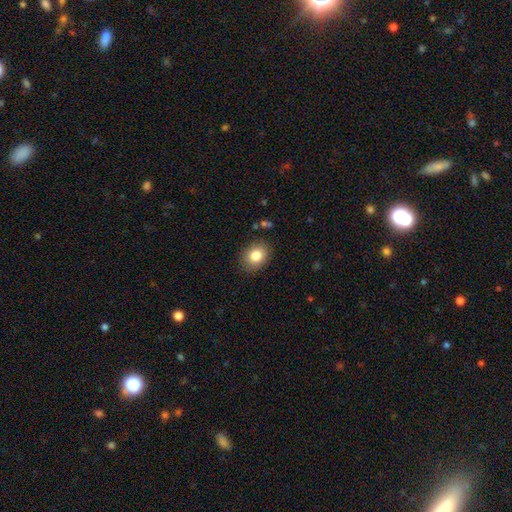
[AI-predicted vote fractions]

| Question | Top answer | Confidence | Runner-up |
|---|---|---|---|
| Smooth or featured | smooth | 83% | star or artifact (9%) |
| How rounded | in between | 55% | round (44%) |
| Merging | none | 86% | minor disturbance (10%) |